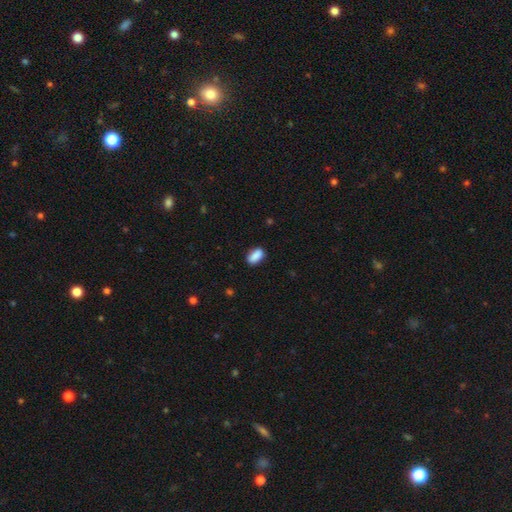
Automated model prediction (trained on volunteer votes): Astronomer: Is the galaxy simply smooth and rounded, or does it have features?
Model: smooth — 88%.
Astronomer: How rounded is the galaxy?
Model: in between — 88%.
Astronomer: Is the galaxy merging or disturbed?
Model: none — 83%.